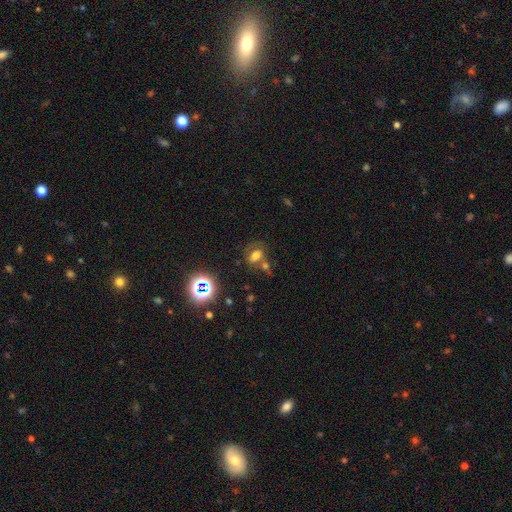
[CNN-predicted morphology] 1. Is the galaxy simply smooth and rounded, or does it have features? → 56% smooth, 24% star or artifact, 21% featured or disk.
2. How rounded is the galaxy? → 68% in between, 30% round, 2% cigar-shaped.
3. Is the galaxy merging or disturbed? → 47% none, 28% merger, 16% minor disturbance, 9% major disturbance.